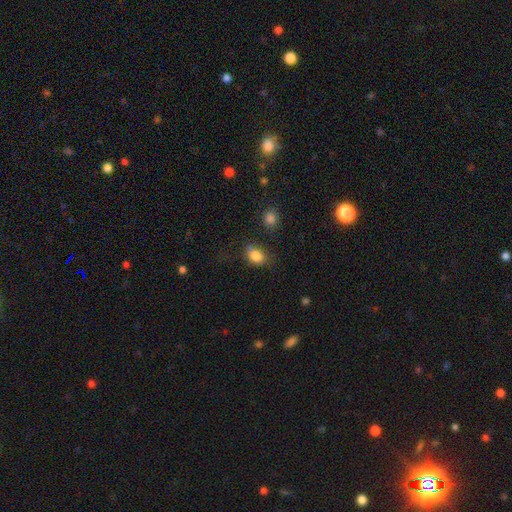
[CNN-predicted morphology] A smooth galaxy with no disk features (84%) that is in between round and cigar-shaped (66%). Merging: none (60%).